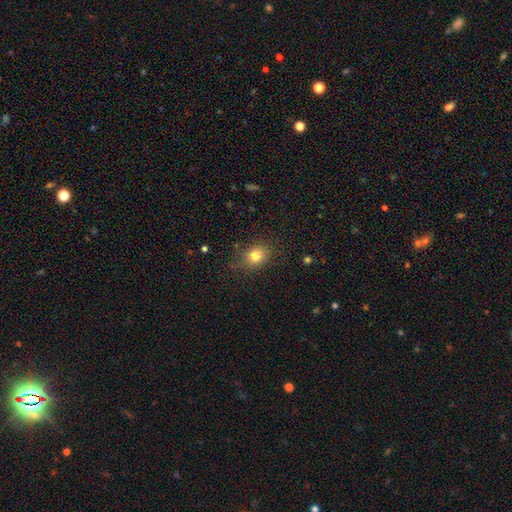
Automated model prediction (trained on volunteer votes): Morphology: type=smooth (80%); roundness=round (57%); merging=none (80%).